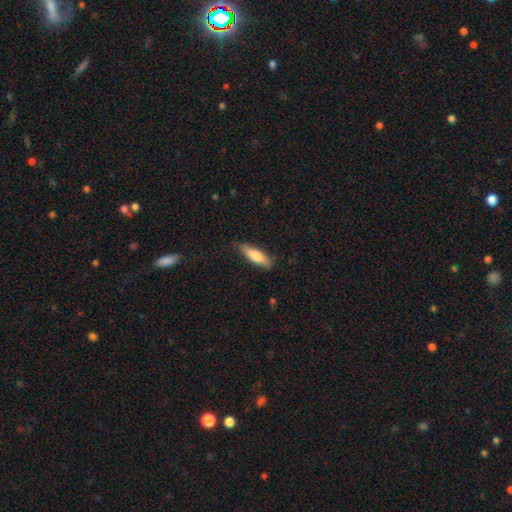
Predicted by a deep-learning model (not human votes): This appears to be a smooth galaxy with no disk features (75%) that is cigar-shaped (54%). Merging: none (80%).